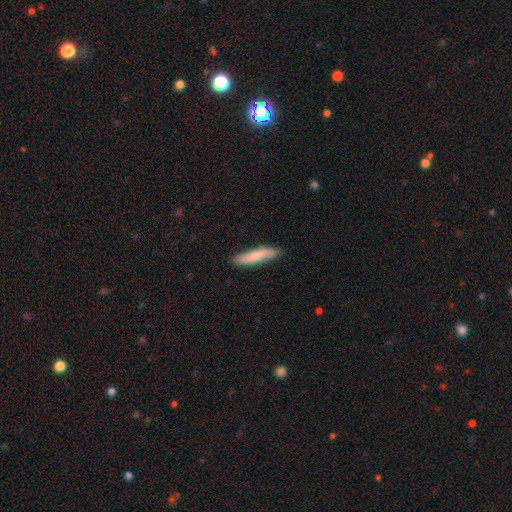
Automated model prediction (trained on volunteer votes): The model was most divided on "smooth or featured": smooth: 77%, featured or disk: 18%, star or artifact: 5%. More confident: merging — none (87%); how rounded — cigar-shaped (86%).